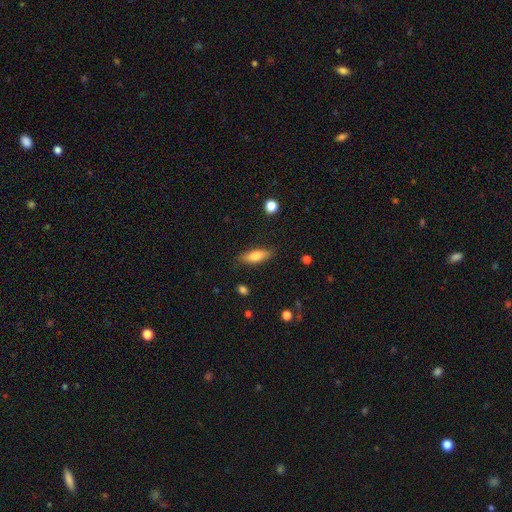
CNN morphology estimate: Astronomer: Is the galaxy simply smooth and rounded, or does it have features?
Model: smooth — 74%.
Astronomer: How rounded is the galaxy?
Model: in between — 57% (runner-up: cigar-shaped, 40%).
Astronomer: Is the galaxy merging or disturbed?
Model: none — 82%.